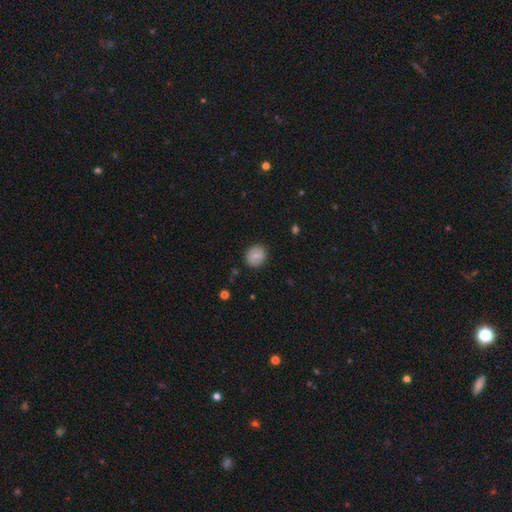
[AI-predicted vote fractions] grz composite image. It shows a smooth galaxy with no disk features (69%) that is round (83%). Merging: none (87%).